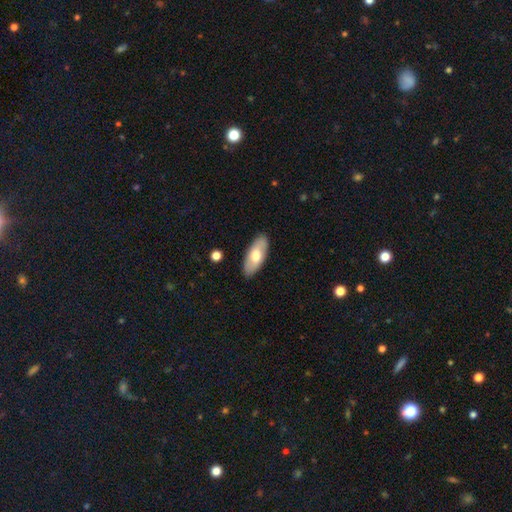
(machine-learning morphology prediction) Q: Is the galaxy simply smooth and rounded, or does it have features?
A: smooth — 64%.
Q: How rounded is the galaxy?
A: in between — 85%.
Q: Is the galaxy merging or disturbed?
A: none — 88%.